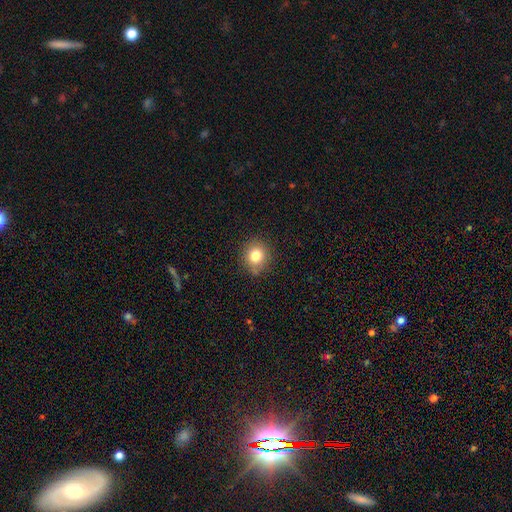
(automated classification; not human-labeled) smooth-or-featured: smooth: 80% | star or artifact: 12% | featured or disk: 8%
  how-rounded: round: 85% | in between: 14% | cigar-shaped: 1%
  merging: none: 86% | minor disturbance: 10% | major disturbance: 3% | merger: 2%